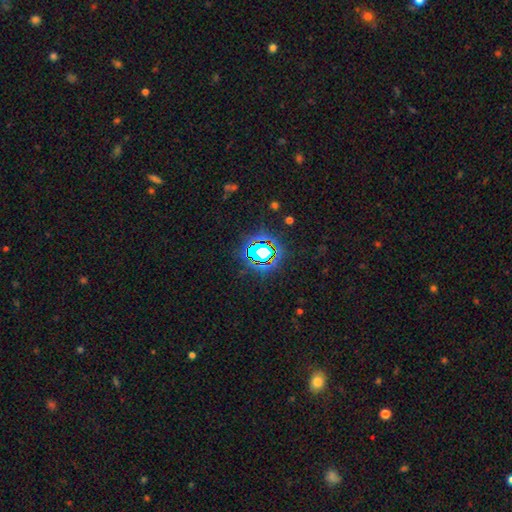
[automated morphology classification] smooth-or-featured: star or artifact: 78% | smooth: 14% | featured or disk: 9%